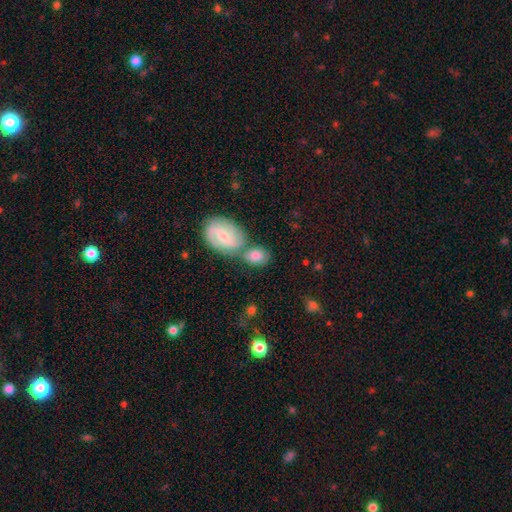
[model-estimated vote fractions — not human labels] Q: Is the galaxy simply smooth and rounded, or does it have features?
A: smooth — 68%.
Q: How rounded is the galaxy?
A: in between — 63%.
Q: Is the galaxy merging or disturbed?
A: none — 43%.